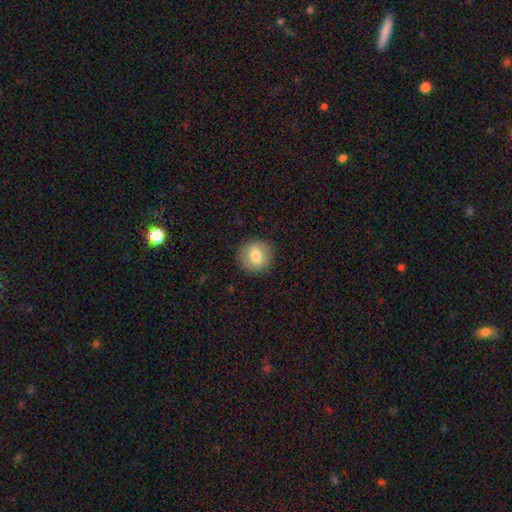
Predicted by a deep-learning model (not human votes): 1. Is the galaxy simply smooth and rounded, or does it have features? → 74% smooth, 18% featured or disk, 8% star or artifact.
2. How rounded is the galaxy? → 86% round, 13% in between, 1% cigar-shaped.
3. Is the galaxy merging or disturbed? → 88% none, 8% minor disturbance, 3% major disturbance, 1% merger.